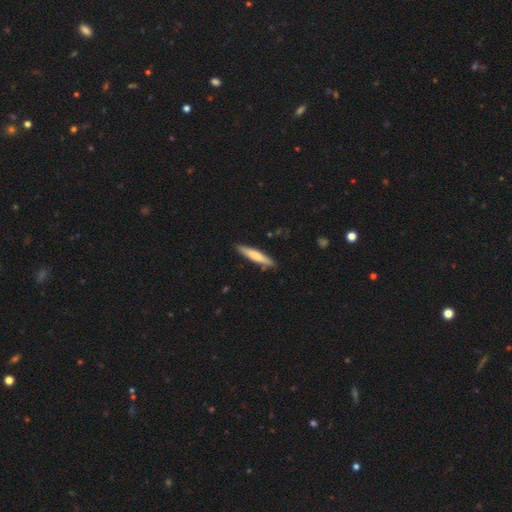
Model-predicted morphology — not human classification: The model was most divided on "smooth or featured": smooth: 67%, featured or disk: 28%, star or artifact: 5%. More confident: how rounded — cigar-shaped (88%); merging — none (87%).